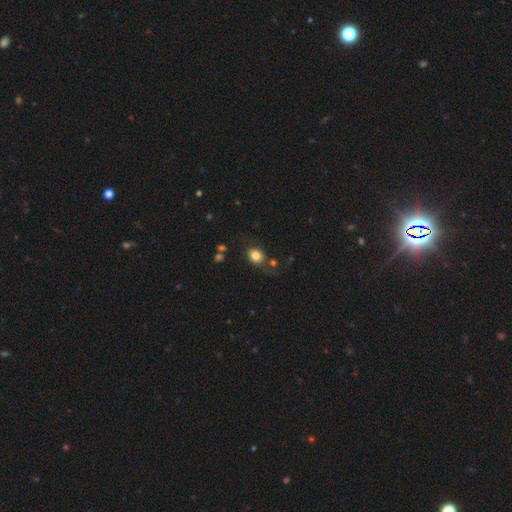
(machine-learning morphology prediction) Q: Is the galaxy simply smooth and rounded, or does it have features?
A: smooth — 81%.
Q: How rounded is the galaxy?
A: round — 58%.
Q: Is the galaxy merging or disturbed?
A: none — 66%.